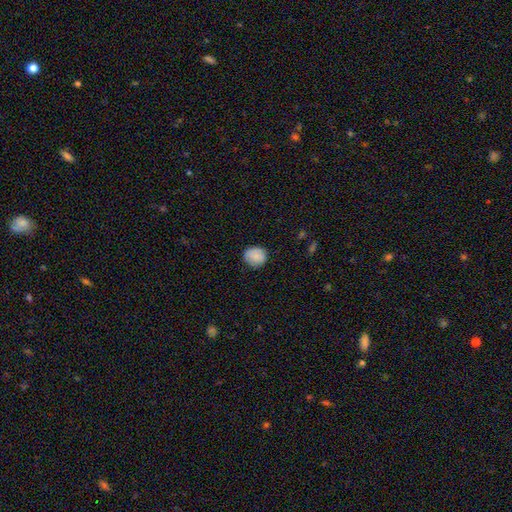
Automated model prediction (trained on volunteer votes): A smooth galaxy with no disk features (86%) that is round (73%).

Vote fractions:
- Smooth or featured? smooth: 86% / star or artifact: 8% / featured or disk: 6%
- How rounded? round: 73% / in between: 26% / cigar-shaped: 1%
- Merging? none: 82% / minor disturbance: 15% / major disturbance: 3% / merger: 1%